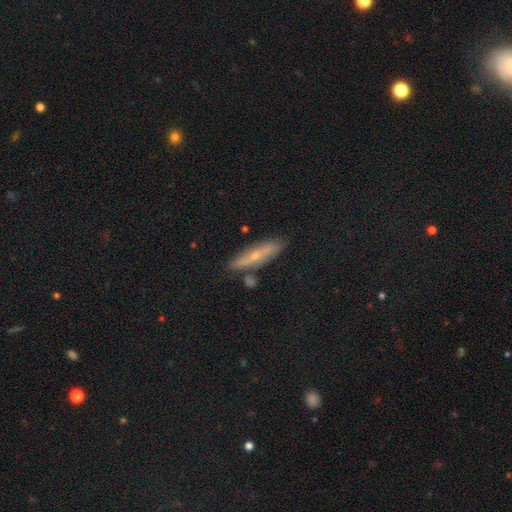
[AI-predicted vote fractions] smooth_or_featured: featured or disk (p=0.54) [alt: smooth p=0.37]
disk_edge_on: yes (p=0.74) [alt: no p=0.26]
merging: none (p=0.77) [alt: minor disturbance p=0.14]